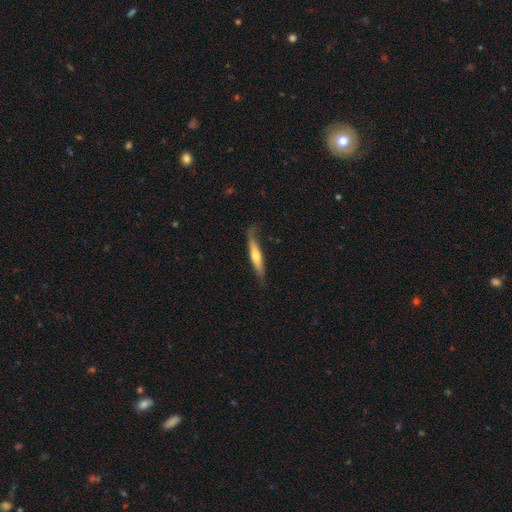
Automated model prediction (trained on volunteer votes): Smooth or featured? Predicted: smooth (p=0.48). Merging? Predicted: none (p=0.68).